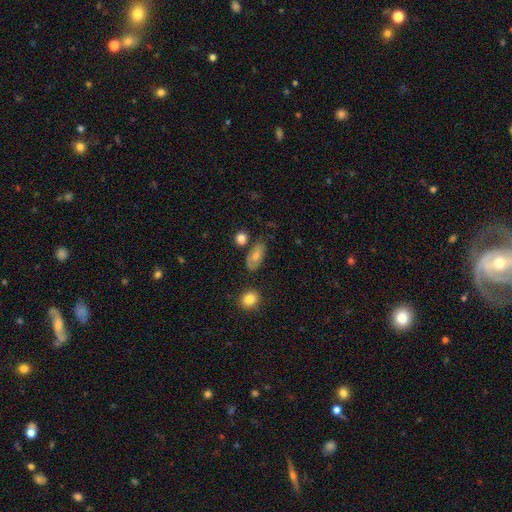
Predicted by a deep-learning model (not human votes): Smooth or featured: smooth — 70% (featured or disk — 21%)
How rounded: in between — 87% (round — 8%)
Merging: none — 64% (minor disturbance — 23%)